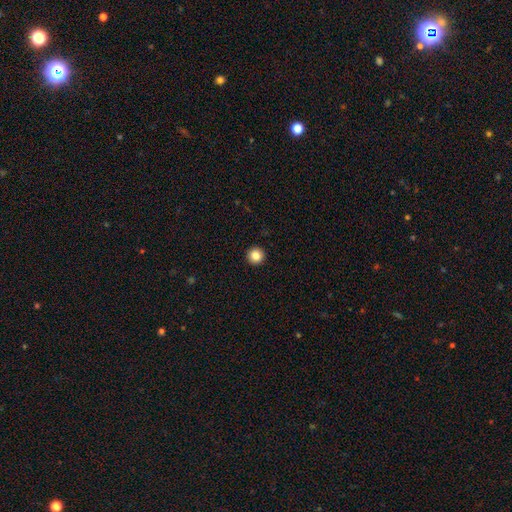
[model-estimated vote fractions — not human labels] Smooth or featured: smooth — 85% (star or artifact — 10%)
How rounded: round — 96% (in between — 3%)
Merging: none — 94% (minor disturbance — 3%)